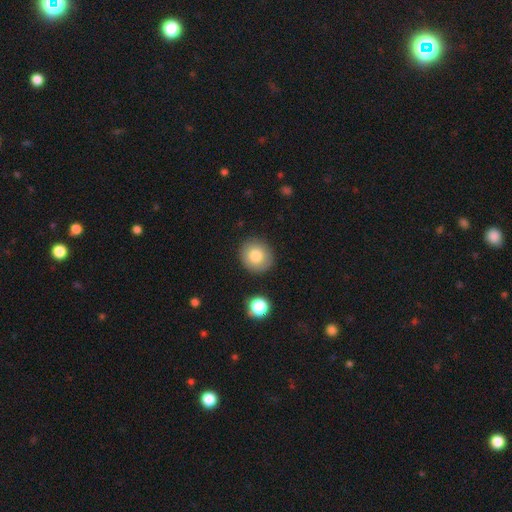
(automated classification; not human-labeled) Overall: smooth (81%). How rounded: round (85%). Merging: none (87%).